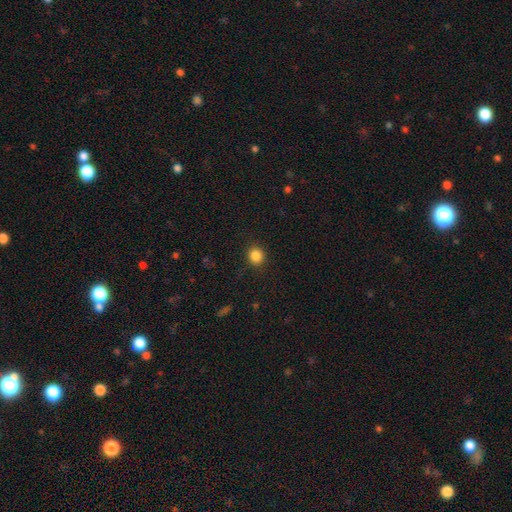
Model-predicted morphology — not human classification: type=smooth (86%); roundness=round (82%); merging=none (89%).